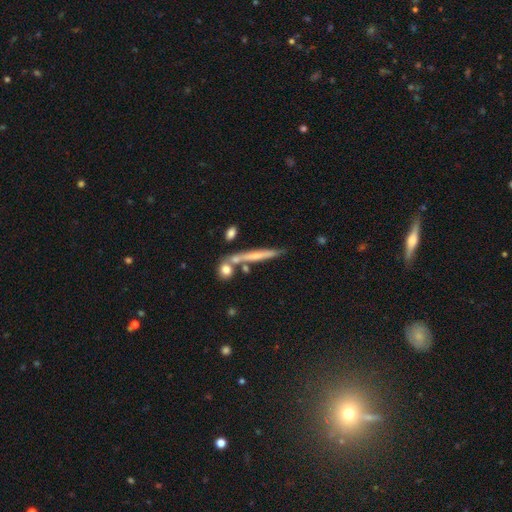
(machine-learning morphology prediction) The model was most divided on "smooth or featured": smooth: 49%, featured or disk: 44%, star or artifact: 7%. More confident: merging — none (70%).